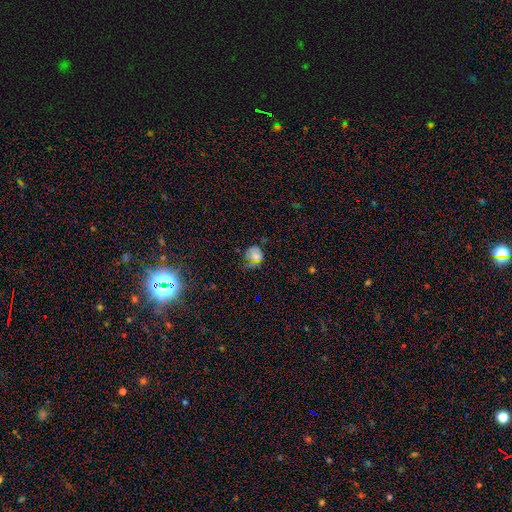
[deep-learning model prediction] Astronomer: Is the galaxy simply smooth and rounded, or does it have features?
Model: smooth — 63%.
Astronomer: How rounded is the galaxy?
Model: round — 71%.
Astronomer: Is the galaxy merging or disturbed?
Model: none — 60%.